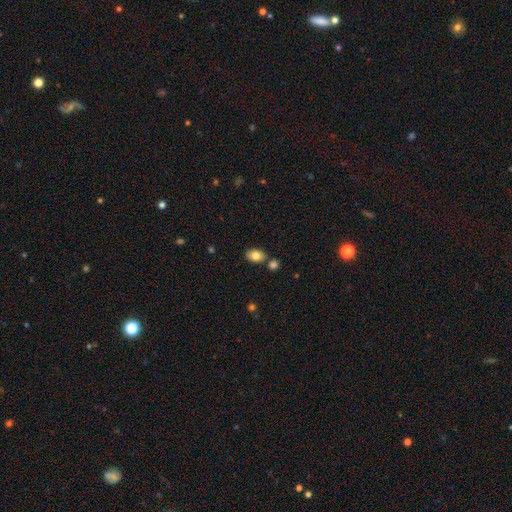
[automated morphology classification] Smooth or featured? smooth (82%)
How rounded? in between (83%)
Merging? none (75%)